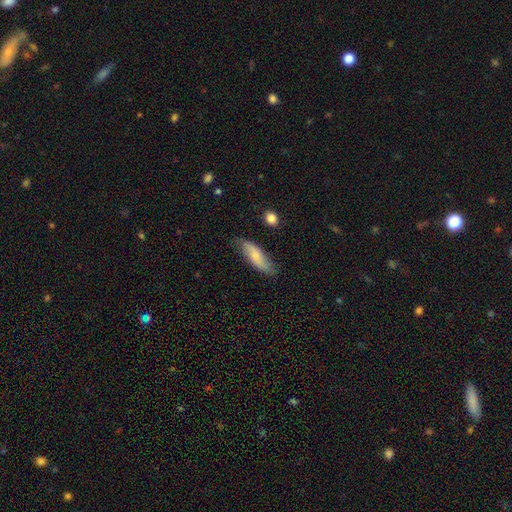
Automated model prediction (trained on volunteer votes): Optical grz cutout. It shows a smooth galaxy with no disk features (63%) that is in between round and cigar-shaped (50%). Merging: none (72%).